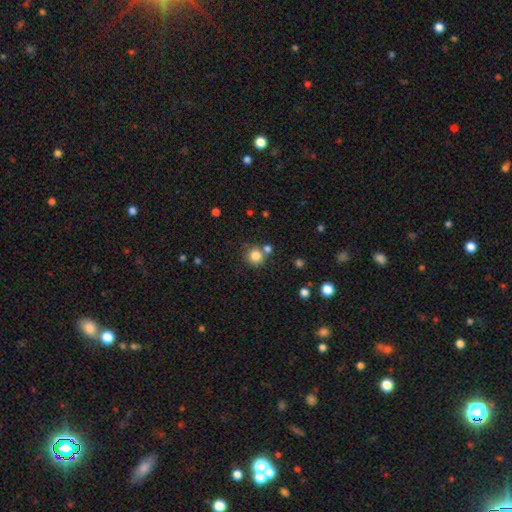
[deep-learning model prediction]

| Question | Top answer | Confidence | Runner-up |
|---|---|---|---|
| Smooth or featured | smooth | 82% | star or artifact (12%) |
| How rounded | round | 92% | in between (7%) |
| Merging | none | 70% | merger (18%) |